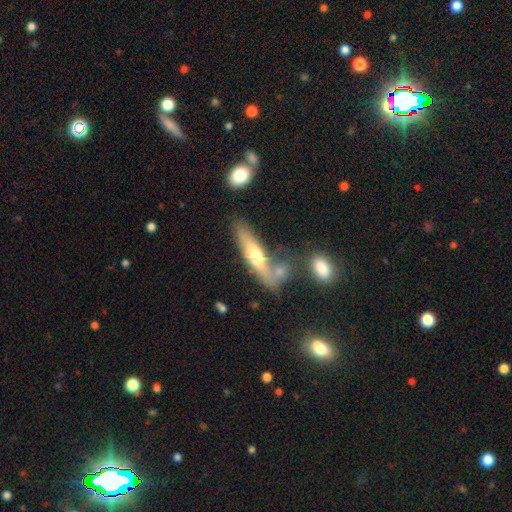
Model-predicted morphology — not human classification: Smooth or featured: smooth — 47% (tied with featured or disk — 47%)
Merging: none — 49% (merger — 26%)